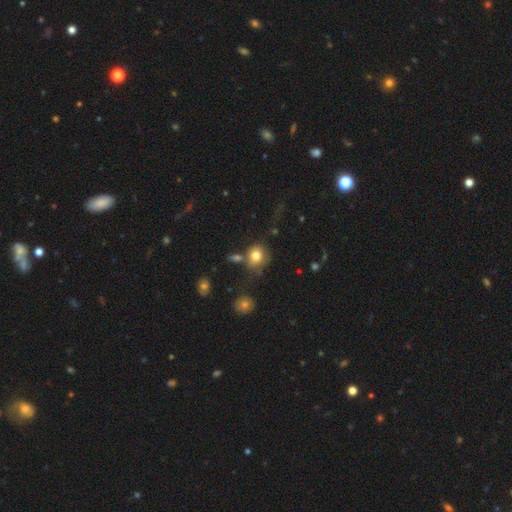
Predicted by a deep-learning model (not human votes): Smooth or featured? Predicted: smooth (p=0.78). How rounded? Predicted: round (p=0.77). Merging? Predicted: none (p=0.60).